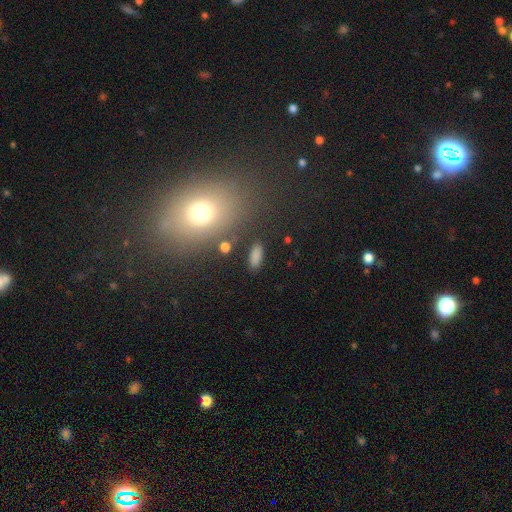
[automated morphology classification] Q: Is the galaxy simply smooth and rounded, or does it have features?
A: smooth — 82%.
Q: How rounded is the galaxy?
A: in between — 72%.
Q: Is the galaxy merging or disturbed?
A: none — 84%.